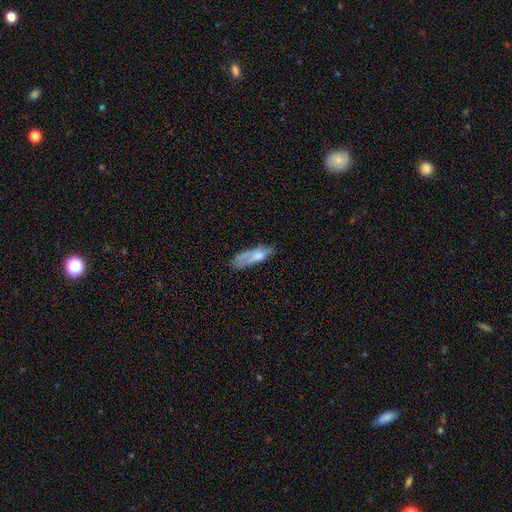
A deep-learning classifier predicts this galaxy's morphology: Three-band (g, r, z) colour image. It shows a smooth galaxy with no disk features (69%) that is in between round and cigar-shaped (55%). Merging: none (44%).